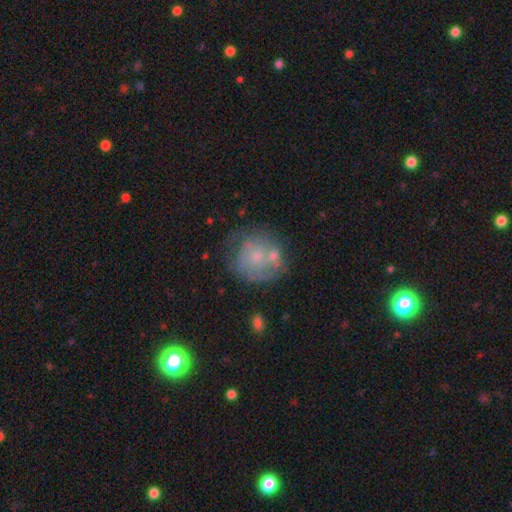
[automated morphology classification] Overall: featured or disk (50%; smooth 41%). Edge-on disk: no (98%). Merging: none (47%; minor disturbance 23%).